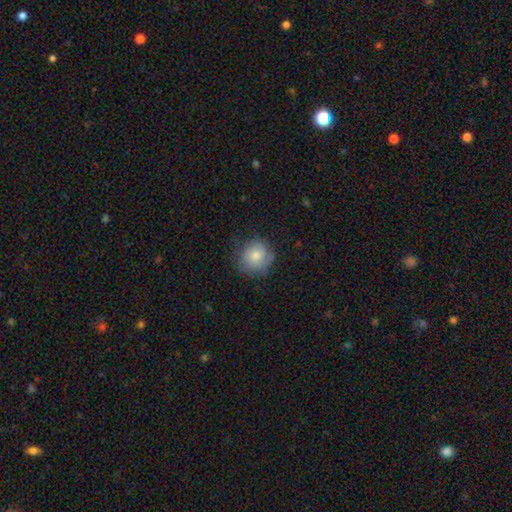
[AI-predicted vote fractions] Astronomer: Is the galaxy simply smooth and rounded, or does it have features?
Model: smooth — 79%.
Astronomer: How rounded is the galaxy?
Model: round — 86%.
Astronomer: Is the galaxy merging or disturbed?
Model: none — 69%.